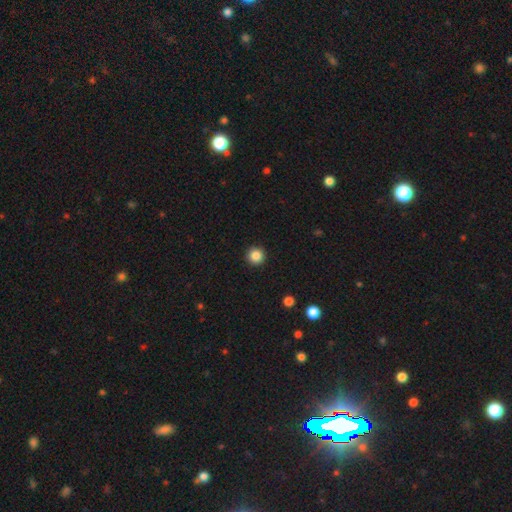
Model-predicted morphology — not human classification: Q: Smooth or featured?
A: smooth (86%); runner-up: star or artifact (10%)
Q: How rounded?
A: round (96%); runner-up: in between (3%)
Q: Merging?
A: none (93%); runner-up: minor disturbance (4%)